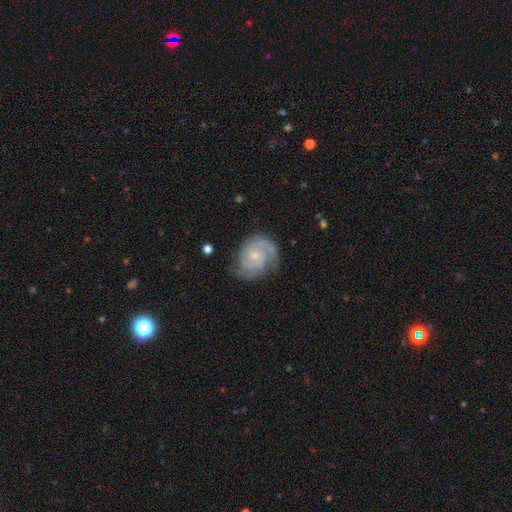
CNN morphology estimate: Q: Smooth or featured?
A: featured or disk (86%); runner-up: smooth (9%)
Q: Edge-on disk?
A: no (98%); runner-up: yes (2%)
Q: Bar?
A: no (70%); runner-up: weak (26%)
Q: Spiral arms?
A: yes (97%); runner-up: no (3%)
Q: Spiral winding?
A: tight (55%); runner-up: medium (36%)
Q: Spiral arm count?
A: 2 (65%); runner-up: 3 (12%)
Q: Bulge size?
A: small (66%); runner-up: moderate (29%)
Q: Merging?
A: none (70%); runner-up: minor disturbance (20%)